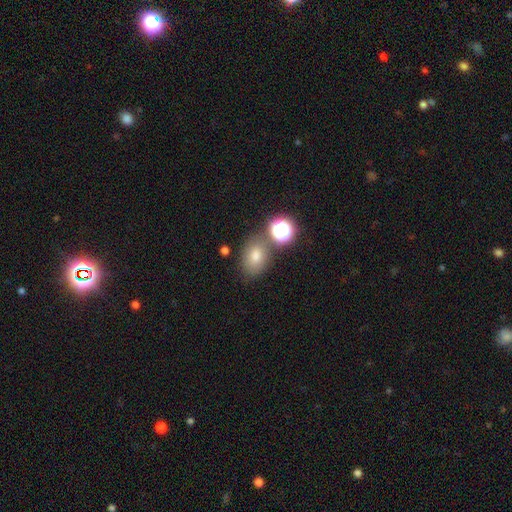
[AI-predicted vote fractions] Smooth or featured: smooth — 68% (star or artifact — 20%)
How rounded: in between — 64% (round — 34%)
Merging: none — 69% (minor disturbance — 14%)